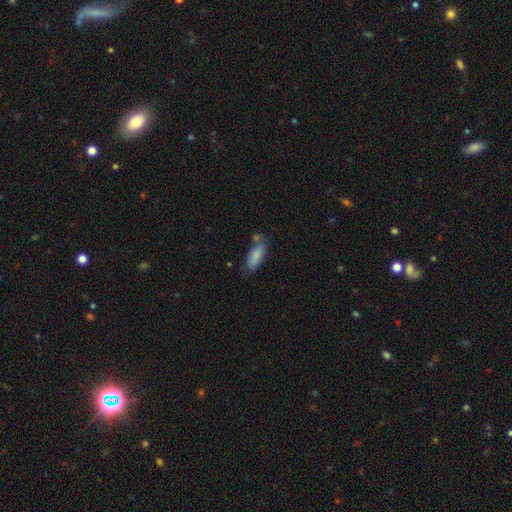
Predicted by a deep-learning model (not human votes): Overall: smooth (83%). How rounded: in between (71%). Merging: none (62%).